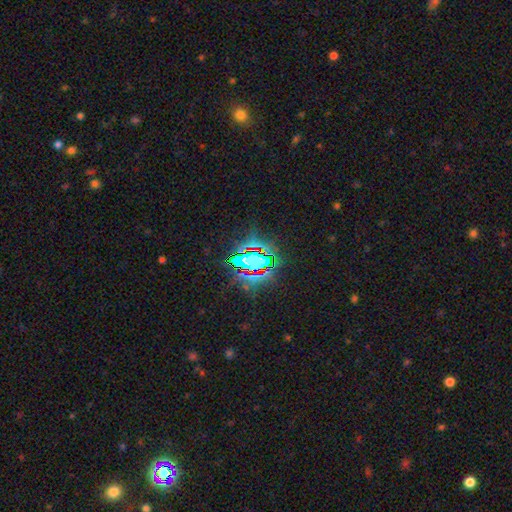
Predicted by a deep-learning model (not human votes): Morphology: type=star or artifact (75%).